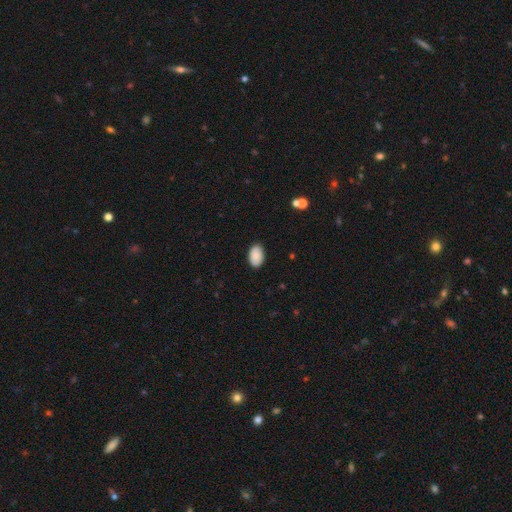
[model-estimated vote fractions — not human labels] A smooth galaxy with no disk features (89%) that is in between round and cigar-shaped (93%). Merging: none (87%).